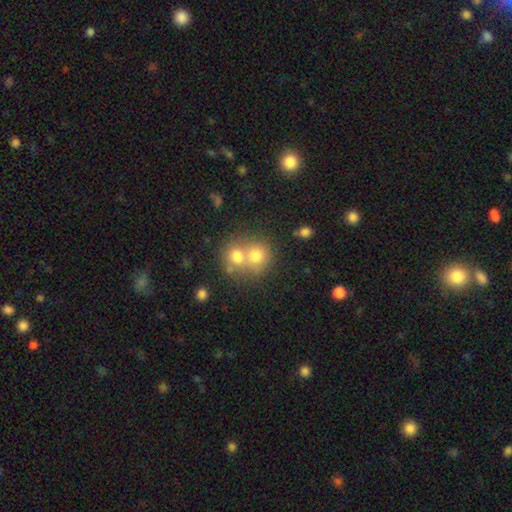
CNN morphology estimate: Q: Smooth or featured?
A: smooth (73%); runner-up: featured or disk (15%)
Q: How rounded?
A: round (79%); runner-up: in between (20%)
Q: Merging?
A: merger (59%); runner-up: none (32%)